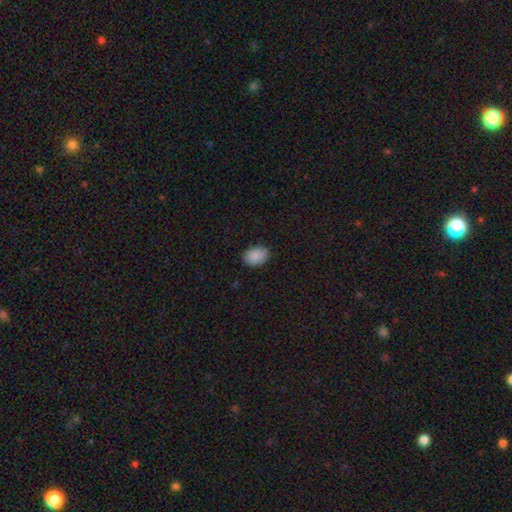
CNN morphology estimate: This appears to be a smooth galaxy with no disk features (89%) that is in between round and cigar-shaped (83%). Merging: none (86%).